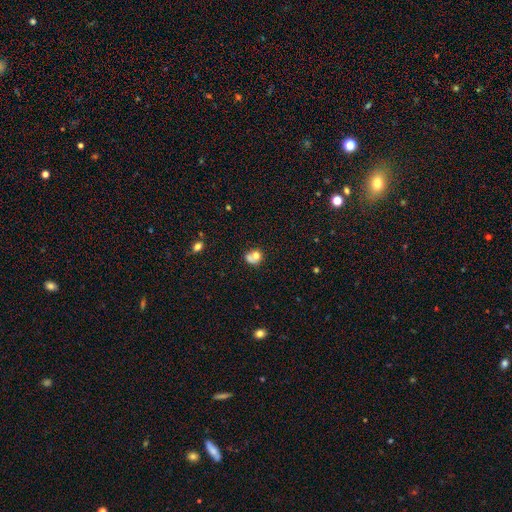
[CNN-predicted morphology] Smooth or featured? Predicted: smooth (p=0.68). How rounded? Predicted: round (p=0.69). Merging? Predicted: none (p=0.38).